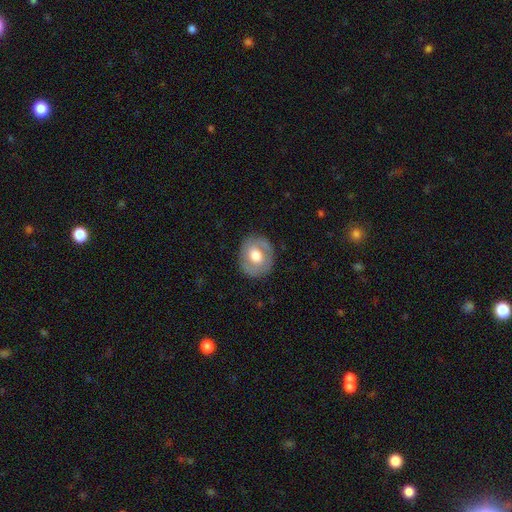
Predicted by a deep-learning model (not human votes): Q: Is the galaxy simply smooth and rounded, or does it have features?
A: smooth — 55%.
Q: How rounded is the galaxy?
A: round — 69%.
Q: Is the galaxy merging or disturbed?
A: none — 82%.